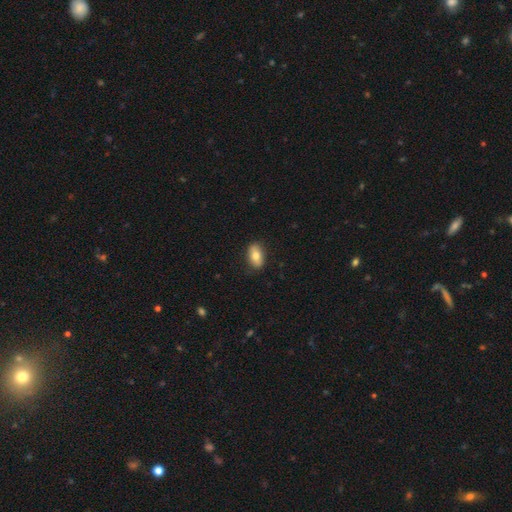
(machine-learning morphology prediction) smooth 76%, featured or disk 17%, star or artifact 7%. Down the decision tree: how rounded — in between (88%); merging — none (85%).